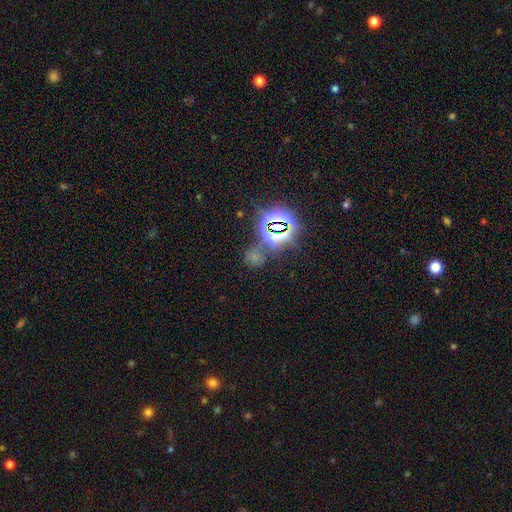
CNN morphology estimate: A star or artifact, not a galaxy (55%).